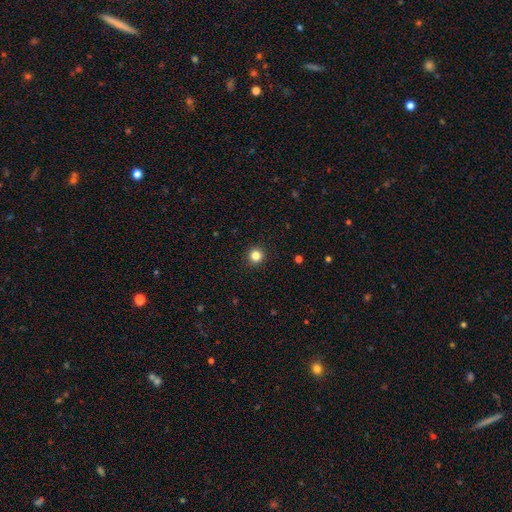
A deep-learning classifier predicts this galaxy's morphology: smooth_or_featured: smooth (p=0.84) [alt: star or artifact p=0.12]
how_rounded: round (p=0.95) [alt: in between p=0.04]
merging: none (p=0.93) [alt: minor disturbance p=0.04]